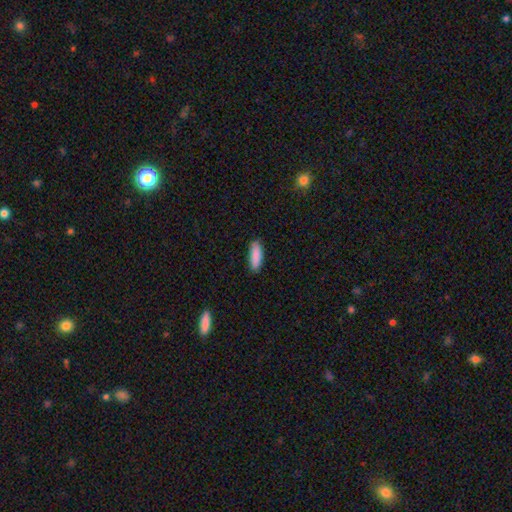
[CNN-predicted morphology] A smooth galaxy with no disk features (89%) that is in between round and cigar-shaped (58%). Merging: none (87%).